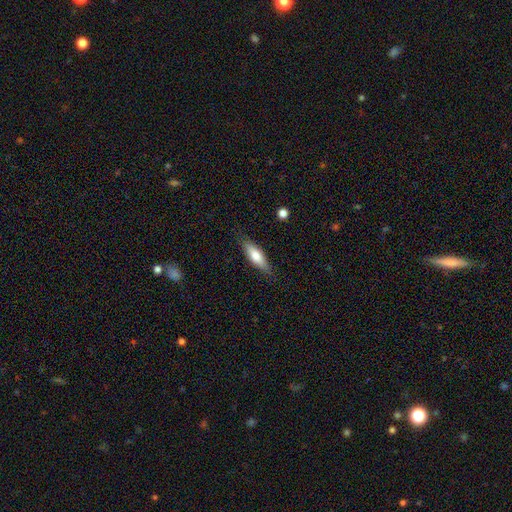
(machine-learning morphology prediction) This is likely a smooth galaxy (67%). How rounded: possibly cigar-shaped (51%). Merging: clearly none (83%).